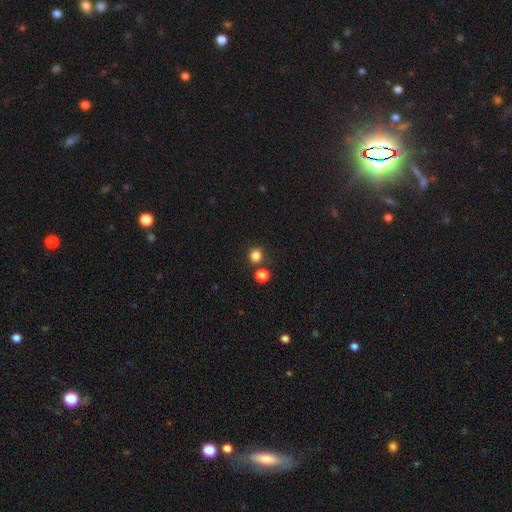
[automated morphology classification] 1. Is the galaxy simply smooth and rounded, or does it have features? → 83% smooth, 13% star or artifact, 4% featured or disk.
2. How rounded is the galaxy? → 81% round, 18% in between, 1% cigar-shaped.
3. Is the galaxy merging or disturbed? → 76% none, 12% merger, 9% minor disturbance, 3% major disturbance.